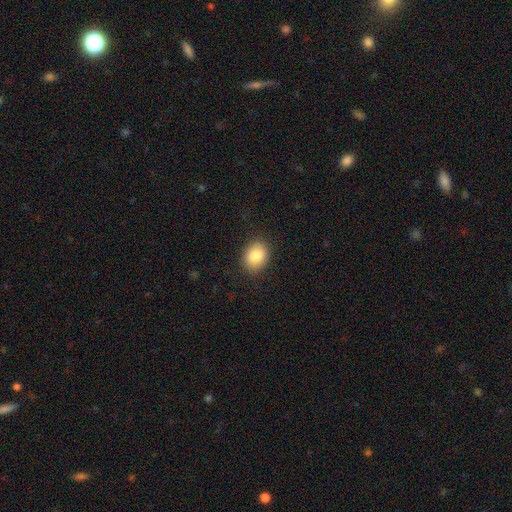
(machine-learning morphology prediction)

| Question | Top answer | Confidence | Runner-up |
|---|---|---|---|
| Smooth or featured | smooth | 85% | star or artifact (8%) |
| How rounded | in between | 56% | round (43%) |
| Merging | none | 87% | minor disturbance (9%) |